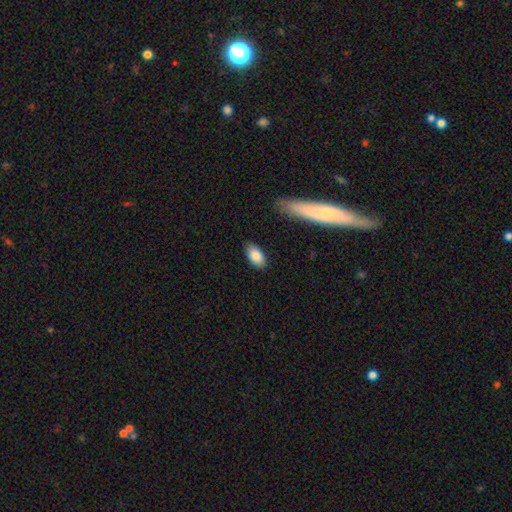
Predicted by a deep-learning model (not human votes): Smooth or featured: smooth — 84% (featured or disk — 9%)
How rounded: in between — 93% (round — 4%)
Merging: none — 85% (minor disturbance — 11%)